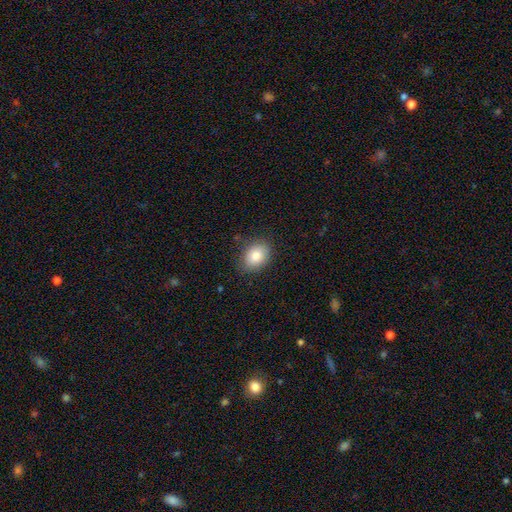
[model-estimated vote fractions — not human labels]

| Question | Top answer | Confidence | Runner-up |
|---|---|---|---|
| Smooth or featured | smooth | 84% | star or artifact (8%) |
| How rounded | in between | 69% | round (30%) |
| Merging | none | 81% | minor disturbance (14%) |